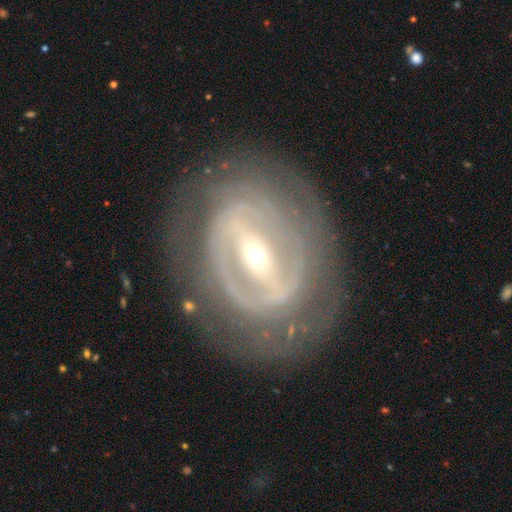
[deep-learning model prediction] Smooth or featured?
  - featured or disk: 86% *
  - smooth: 9%
  - star or artifact: 5%
Edge-on disk?
  - no: 94% *
  - yes: 6%
Bar?
  - strong: 65% *
  - weak: 25%
  - no: 10%
Spiral arms?
  - yes: 72% *
  - no: 28%
Spiral winding?
  - tight: 69% *
  - medium: 23%
  - loose: 8%
Spiral arm count?
  - can't tell: 42% *
  - 2: 35%
  - 3: 9%
  - 4: 6%
  - 1: 5%
  - more than 4: 4%
Bulge size?
  - small: 65% *
  - moderate: 31%
  - large: 2%
  - dominant: 1%
  - none: 1%
Merging?
  - none: 78% *
  - minor disturbance: 13%
  - major disturbance: 8%
  - merger: 1%